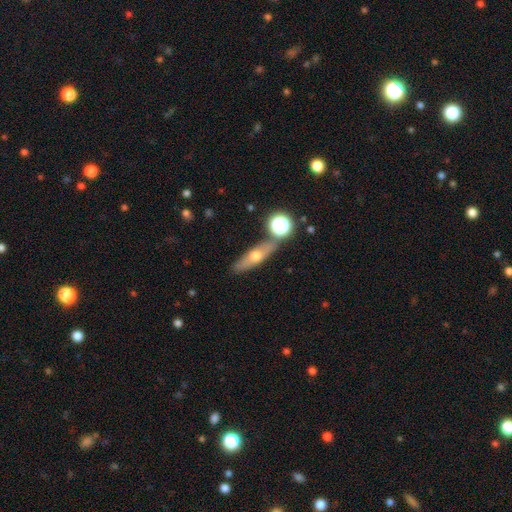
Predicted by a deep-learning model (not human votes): Smooth or featured? Predicted: featured or disk (p=0.46). Merging? Predicted: none (p=0.78).